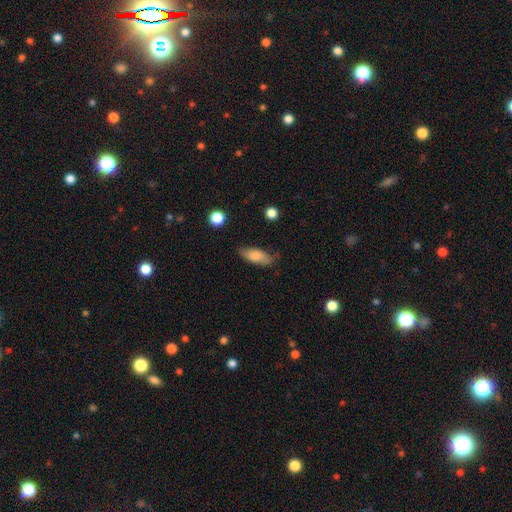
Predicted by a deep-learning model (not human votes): Smooth or featured: smooth — 79% (featured or disk — 15%)
How rounded: in between — 78% (cigar-shaped — 19%)
Merging: none — 72% (minor disturbance — 21%)